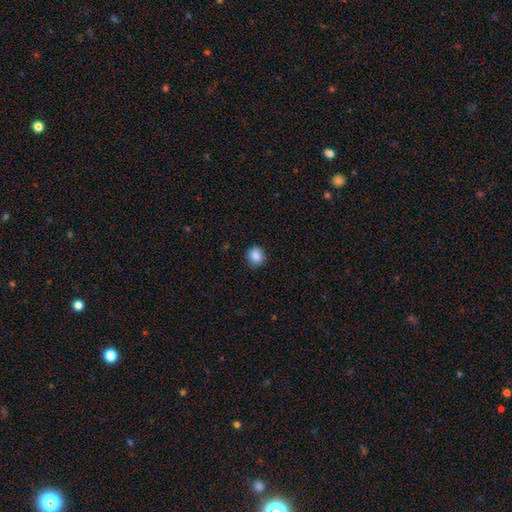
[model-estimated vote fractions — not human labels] The model was most divided on "how rounded": round: 80%, in between: 19%, cigar-shaped: 1%. More confident: smooth or featured — smooth (88%); merging — none (85%).